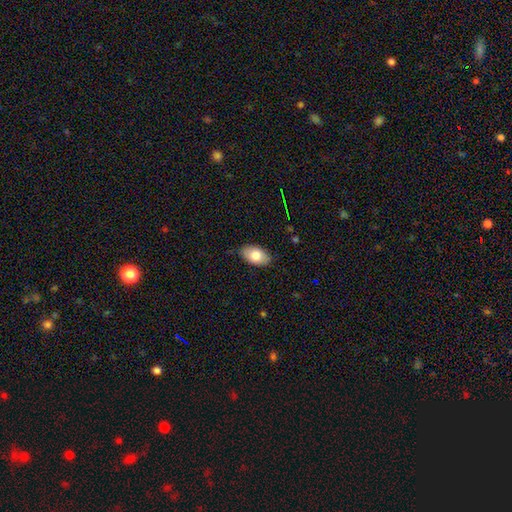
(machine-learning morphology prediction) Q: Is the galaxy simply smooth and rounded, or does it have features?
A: smooth — 80%.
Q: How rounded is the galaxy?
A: in between — 93%.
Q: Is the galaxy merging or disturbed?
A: none — 82%.